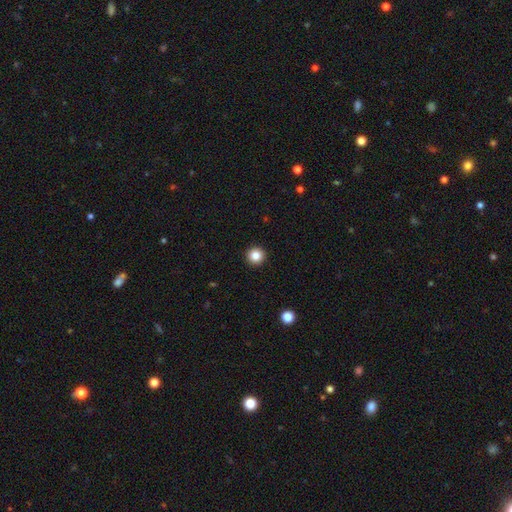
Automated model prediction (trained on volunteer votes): smooth 84%, star or artifact 11%, featured or disk 5%. Down the decision tree: how rounded — round (96%); merging — none (94%).